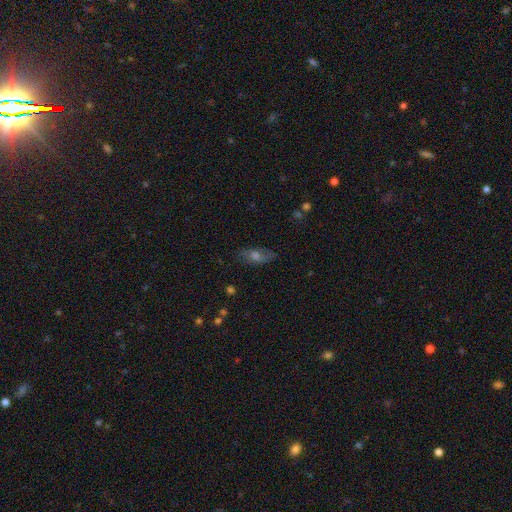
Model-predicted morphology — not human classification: smooth 46%, featured or disk 37%, star or artifact 17%. Down the decision tree: merging — none (79%).